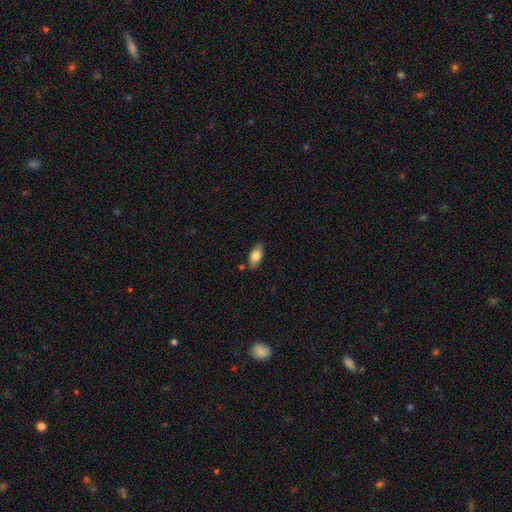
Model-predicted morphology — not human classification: Smooth or featured?
  - smooth: 78% *
  - featured or disk: 15%
  - star or artifact: 7%
How rounded?
  - in between: 90% *
  - cigar-shaped: 7%
  - round: 4%
Merging?
  - none: 81% *
  - minor disturbance: 13%
  - merger: 4%
  - major disturbance: 2%